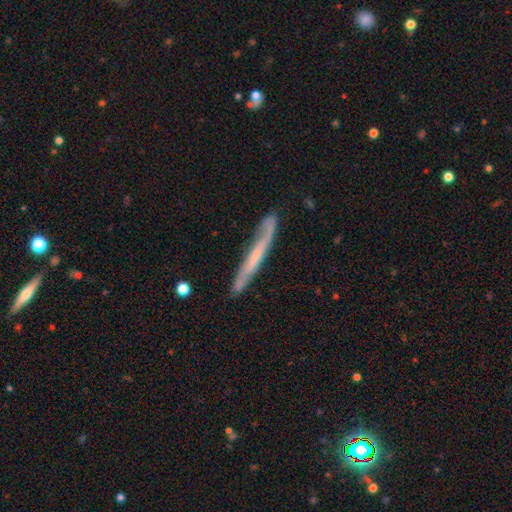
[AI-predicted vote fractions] Overall: featured or disk (62%; smooth 32%). Edge-on disk: yes (75%). Merging: none (72%).